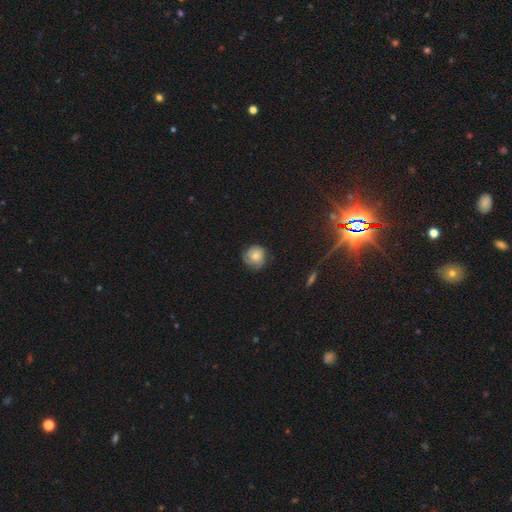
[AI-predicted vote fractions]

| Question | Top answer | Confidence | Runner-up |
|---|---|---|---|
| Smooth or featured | smooth | 70% | featured or disk (21%) |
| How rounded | round | 88% | in between (11%) |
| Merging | none | 66% | minor disturbance (26%) |